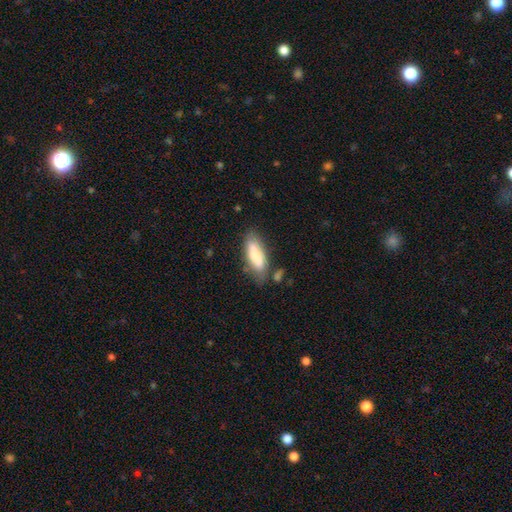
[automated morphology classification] This appears to be a smooth galaxy with no disk features (80%) that is in between round and cigar-shaped (58%). Merging: none (66%).